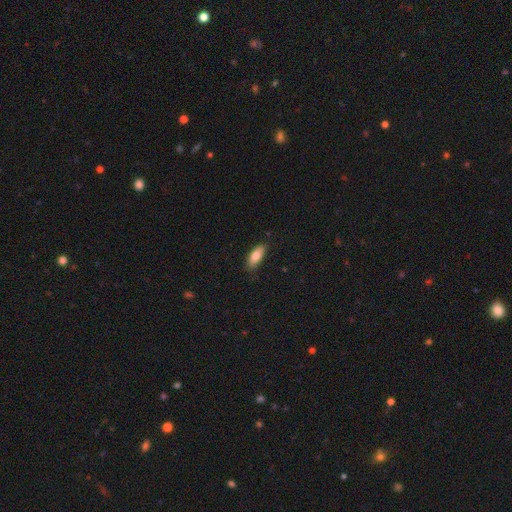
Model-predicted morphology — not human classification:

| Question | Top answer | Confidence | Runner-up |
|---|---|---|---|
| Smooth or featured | smooth | 82% | featured or disk (11%) |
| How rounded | in between | 74% | cigar-shaped (24%) |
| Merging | none | 81% | minor disturbance (15%) |